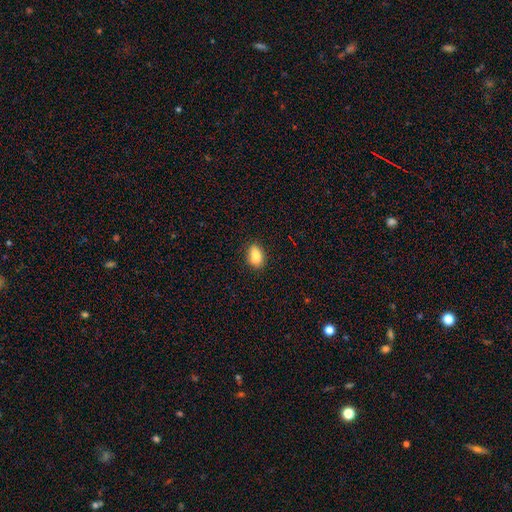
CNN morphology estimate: Smooth or featured: smooth — 83% (featured or disk — 9%)
How rounded: in between — 82% (round — 17%)
Merging: none — 85% (minor disturbance — 12%)